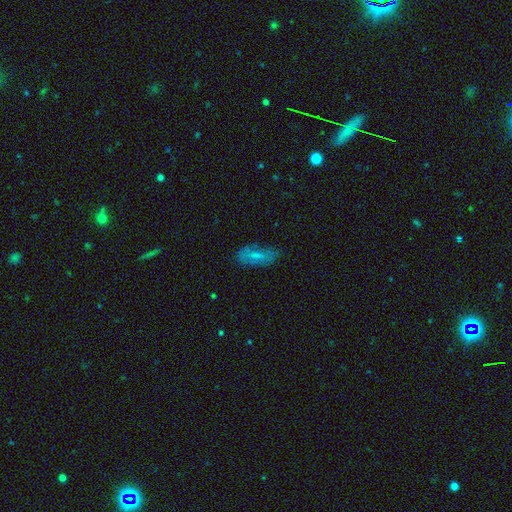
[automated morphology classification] A smooth galaxy with no disk features (59%) that is in between round and cigar-shaped (78%).

Vote fractions:
- Smooth or featured? smooth: 59% / featured or disk: 31% / star or artifact: 10%
- How rounded? in between: 78% / cigar-shaped: 19% / round: 3%
- Merging? none: 67% / minor disturbance: 23% / major disturbance: 8% / merger: 2%